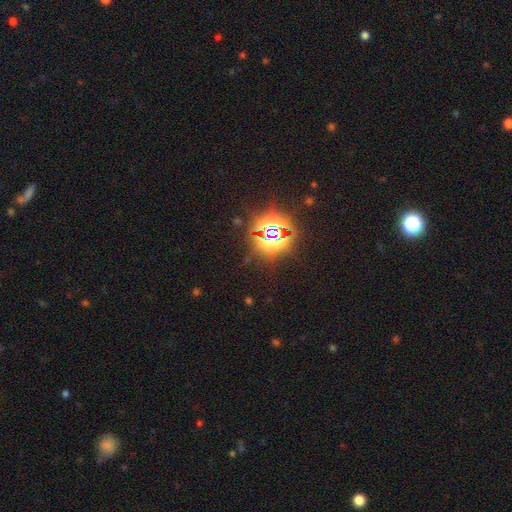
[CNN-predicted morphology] star or artifact 81%, smooth 12%, featured or disk 7%.